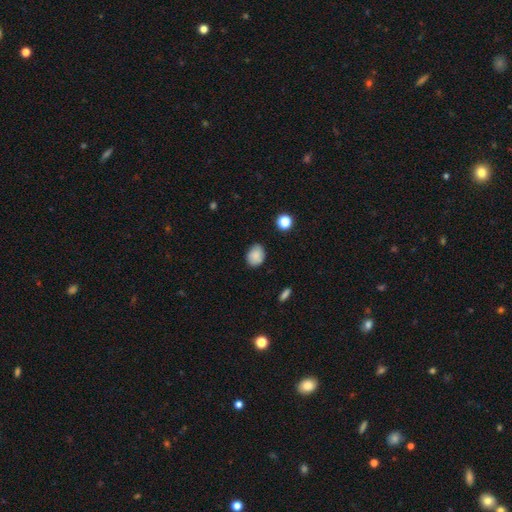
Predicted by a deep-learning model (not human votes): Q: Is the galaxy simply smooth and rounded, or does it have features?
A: smooth — 86%.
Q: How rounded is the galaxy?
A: in between — 63%.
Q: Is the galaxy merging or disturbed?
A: none — 77%.